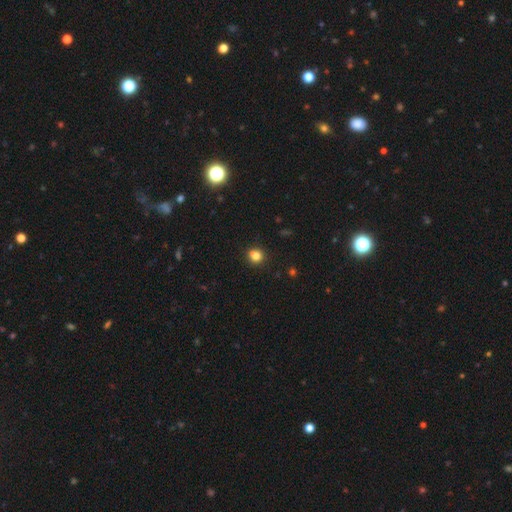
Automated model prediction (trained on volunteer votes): A smooth galaxy with no disk features (82%) that is round (81%).

Vote fractions:
- Smooth or featured? smooth: 82% / star or artifact: 13% / featured or disk: 5%
- How rounded? round: 81% / in between: 18% / cigar-shaped: 1%
- Merging? none: 82% / minor disturbance: 11% / merger: 4% / major disturbance: 3%